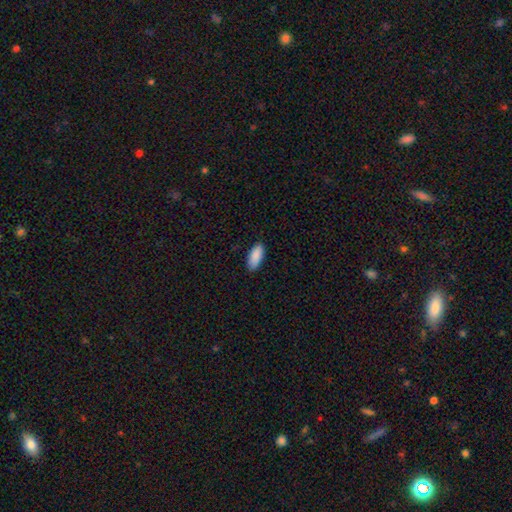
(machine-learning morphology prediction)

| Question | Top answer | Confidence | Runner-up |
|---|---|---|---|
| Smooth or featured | smooth | 90% | star or artifact (6%) |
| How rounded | in between | 86% | cigar-shaped (13%) |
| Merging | none | 87% | minor disturbance (10%) |